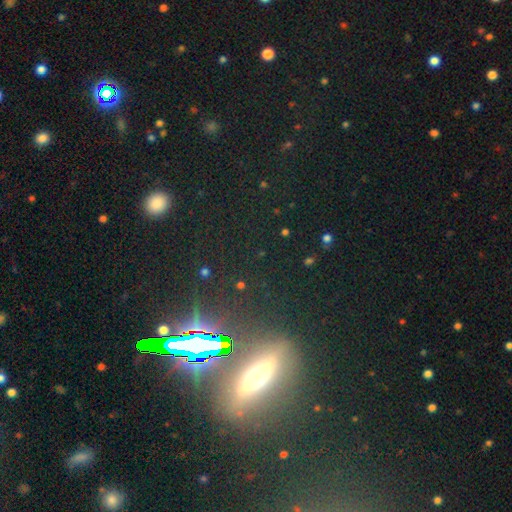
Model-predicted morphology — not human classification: Smooth or featured: star or artifact — 48% (featured or disk — 27%)